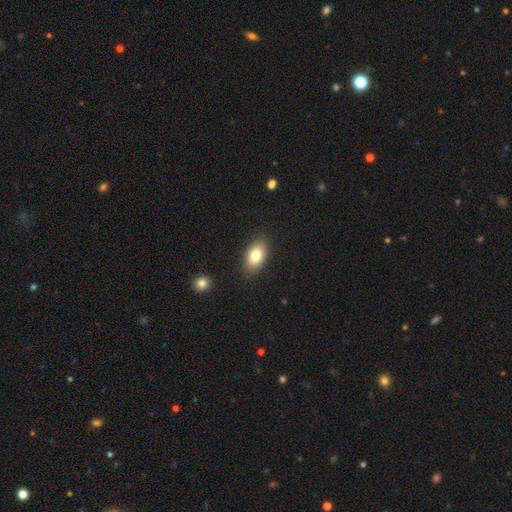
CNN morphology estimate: A smooth galaxy with no disk features (80%) that is in between round and cigar-shaped (91%).

Vote fractions:
- Smooth or featured? smooth: 80% / featured or disk: 12% / star or artifact: 8%
- How rounded? in between: 91% / round: 7% / cigar-shaped: 2%
- Merging? none: 87% / minor disturbance: 9% / major disturbance: 2% / merger: 1%